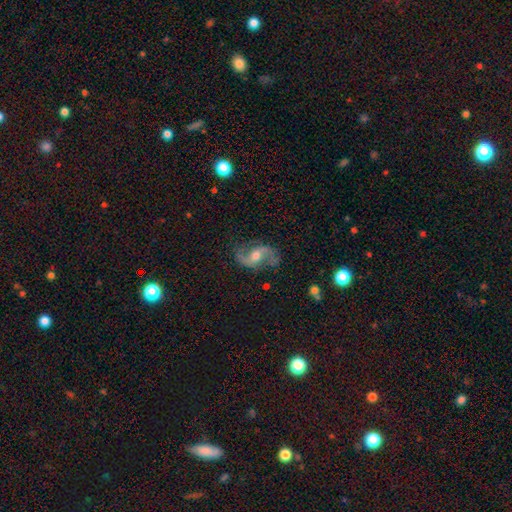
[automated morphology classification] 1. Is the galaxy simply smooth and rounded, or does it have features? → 89% featured or disk, 6% star or artifact, 6% smooth.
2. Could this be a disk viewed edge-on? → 97% no, 3% yes.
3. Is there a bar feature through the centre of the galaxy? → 45% no, 40% weak, 16% strong.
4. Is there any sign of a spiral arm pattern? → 96% yes, 4% no.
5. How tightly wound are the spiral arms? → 63% loose, 30% medium, 7% tight.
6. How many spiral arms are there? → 94% 2, 2% can't tell, 1% 1, 1% 3, 1% 4, 1% more than 4.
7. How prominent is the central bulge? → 65% moderate, 29% small, 4% large, 2% none, 1% dominant.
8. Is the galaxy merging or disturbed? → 79% none, 14% minor disturbance, 6% major disturbance, 2% merger.